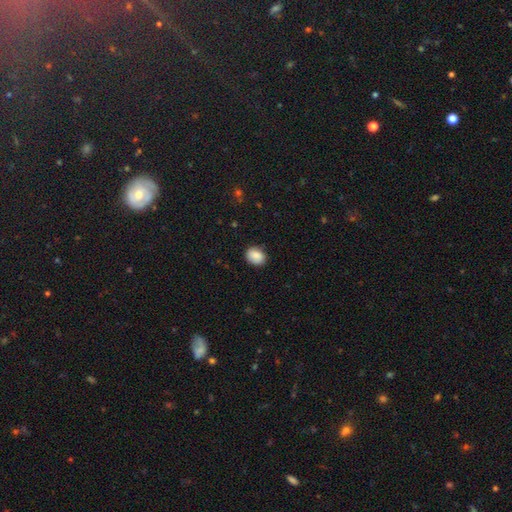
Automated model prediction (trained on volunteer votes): Smooth or featured?
  - smooth: 88% *
  - star or artifact: 7%
  - featured or disk: 5%
How rounded?
  - in between: 59% *
  - round: 40%
  - cigar-shaped: 1%
Merging?
  - none: 85% *
  - minor disturbance: 11%
  - major disturbance: 2%
  - merger: 1%